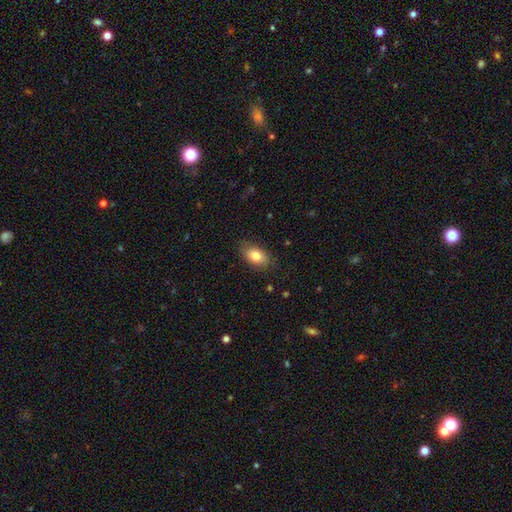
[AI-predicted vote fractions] This appears to be a smooth galaxy with no disk features (81%) that is in between round and cigar-shaped (89%). Merging: none (80%).